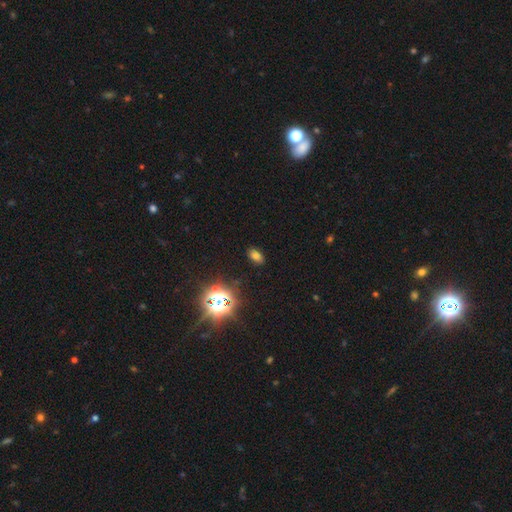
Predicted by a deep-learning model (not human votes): Smooth or featured? Predicted: smooth (p=0.67). How rounded? Predicted: in between (p=0.88). Merging? Predicted: none (p=0.87).